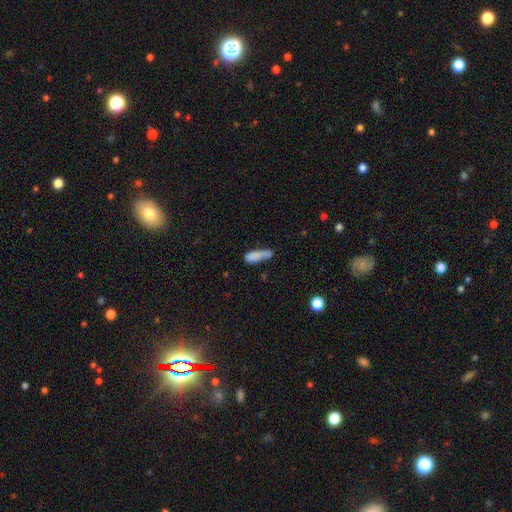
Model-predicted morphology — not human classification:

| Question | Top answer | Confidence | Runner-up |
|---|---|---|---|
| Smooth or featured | smooth | 79% | featured or disk (13%) |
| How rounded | cigar-shaped | 49% | in between (48%) |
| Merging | none | 42% | minor disturbance (27%) |